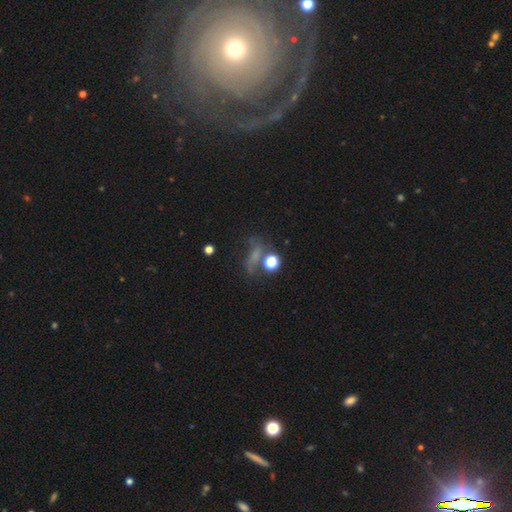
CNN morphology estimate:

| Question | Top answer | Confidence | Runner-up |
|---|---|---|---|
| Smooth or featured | smooth | 42% | star or artifact (34%) |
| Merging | none | 41% | major disturbance (25%) |